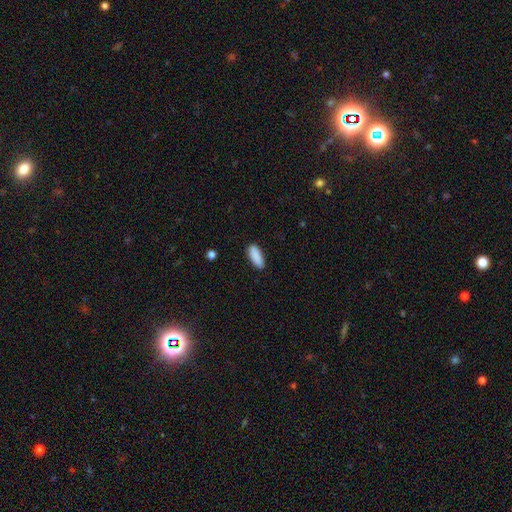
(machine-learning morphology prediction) A smooth galaxy with no disk features (90%) that is in between round and cigar-shaped (72%). Merging: none (85%).